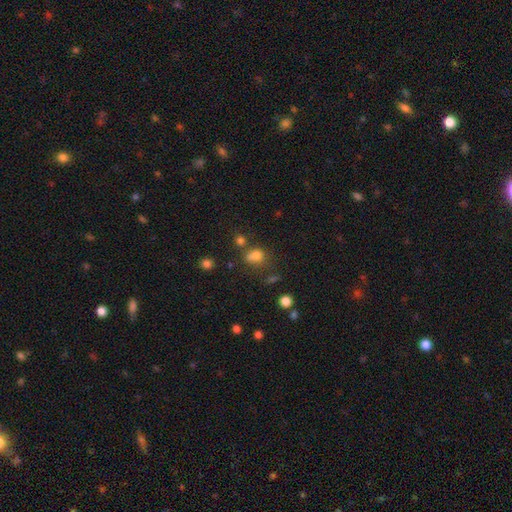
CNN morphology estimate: The model was most divided on "how rounded": round: 52%, in between: 46%, cigar-shaped: 1%. Remaining: smooth or featured — smooth (75%); merging — none (47%).